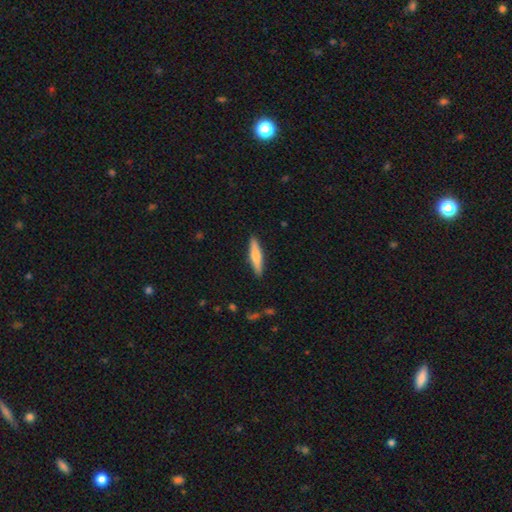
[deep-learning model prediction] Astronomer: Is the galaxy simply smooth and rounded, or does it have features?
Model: smooth — 61%.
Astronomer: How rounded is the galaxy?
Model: cigar-shaped — 84%.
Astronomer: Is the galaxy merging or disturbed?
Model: none — 90%.